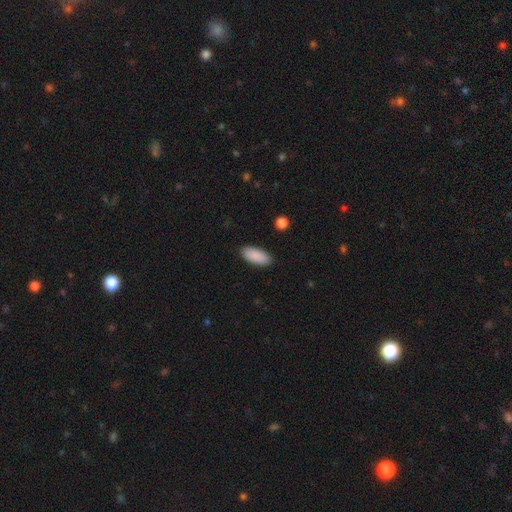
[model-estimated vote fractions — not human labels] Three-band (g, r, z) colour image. It shows a smooth galaxy with no disk features (90%) that is in between round and cigar-shaped (88%). Merging: none (89%).